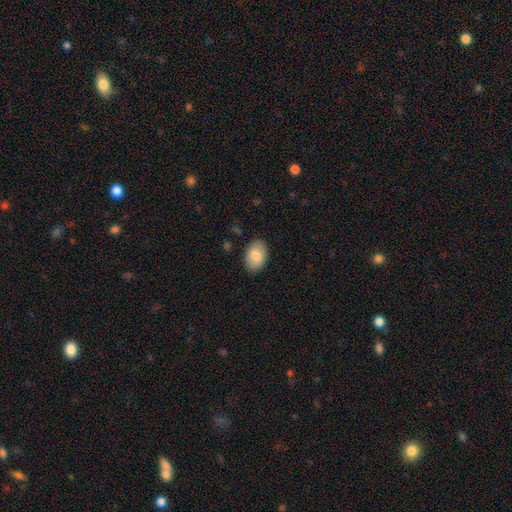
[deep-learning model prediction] Overall: smooth (85%). How rounded: in between (89%). Merging: none (88%).